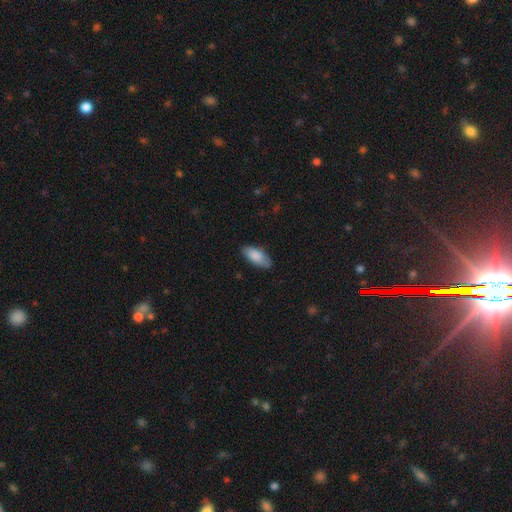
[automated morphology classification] This appears to be a smooth galaxy with no disk features (86%) that is in between round and cigar-shaped (86%). Merging: none (82%).